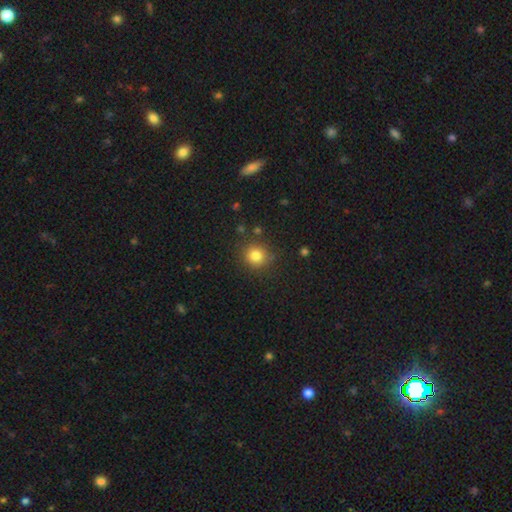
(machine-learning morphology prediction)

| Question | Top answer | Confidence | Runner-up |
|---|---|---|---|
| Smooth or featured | smooth | 82% | star or artifact (12%) |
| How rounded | round | 89% | in between (10%) |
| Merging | none | 84% | minor disturbance (10%) |